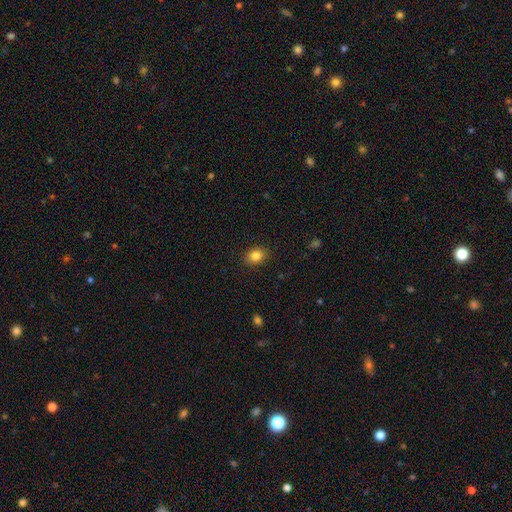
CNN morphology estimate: type=smooth (84%); roundness=in between (63%); merging=none (88%).